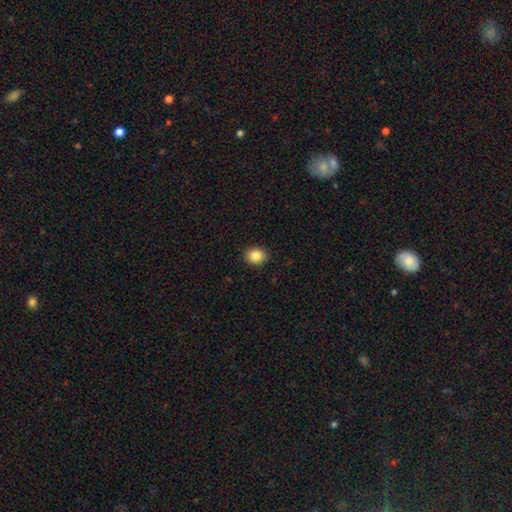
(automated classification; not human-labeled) This is clearly a smooth galaxy (86%). How rounded: likely round (67%). Merging: clearly none (91%).